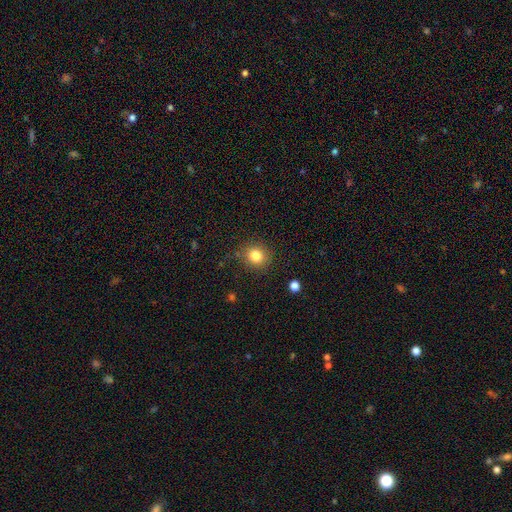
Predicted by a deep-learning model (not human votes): Smooth or featured? Predicted: smooth (p=0.82). How rounded? Predicted: round (p=0.85). Merging? Predicted: none (p=0.86).